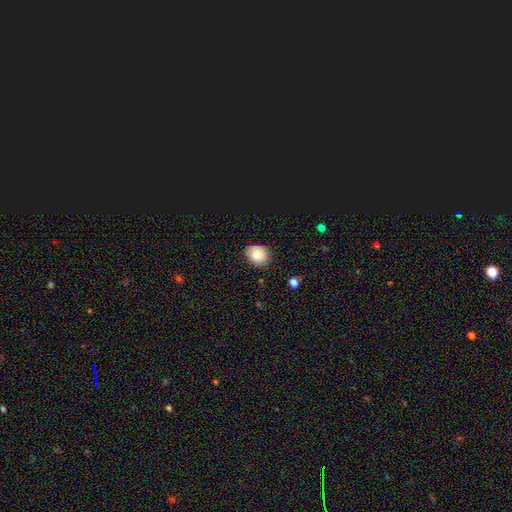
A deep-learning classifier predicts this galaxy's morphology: Smooth or featured?
  - smooth: 83% *
  - star or artifact: 10%
  - featured or disk: 6%
How rounded?
  - round: 66% *
  - in between: 33%
  - cigar-shaped: 1%
Merging?
  - none: 84% *
  - minor disturbance: 13%
  - major disturbance: 2%
  - merger: 1%